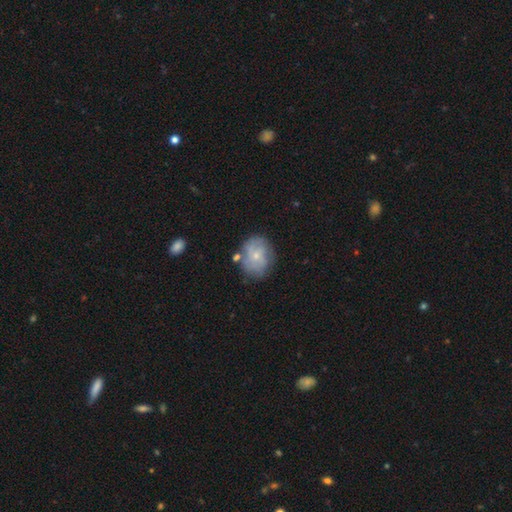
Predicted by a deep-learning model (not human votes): Smooth or featured? Predicted: featured or disk (p=0.49). Merging? Predicted: none (p=0.61).